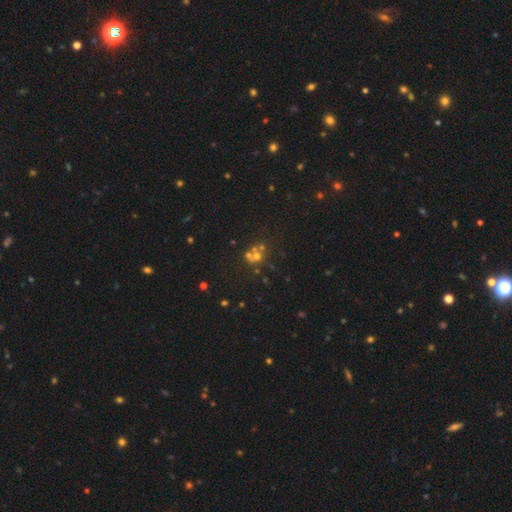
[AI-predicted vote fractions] Overall: smooth (43%; star or artifact 34%). Merging: none (45%; merger 39%).